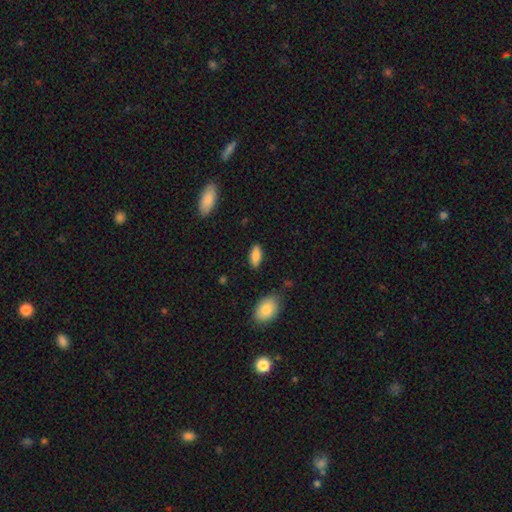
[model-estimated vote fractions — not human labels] Morphology: type=smooth (79%); roundness=in between (82%); merging=none (85%).